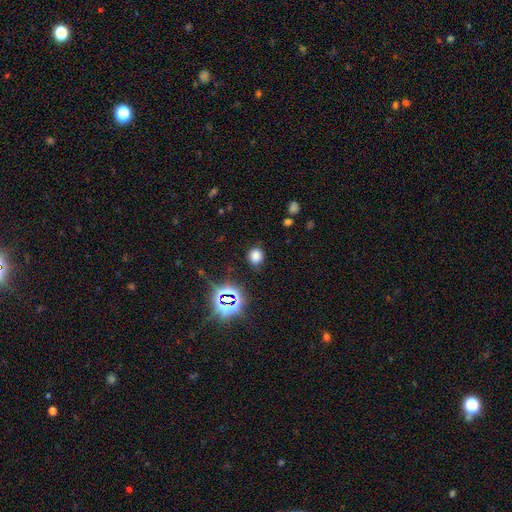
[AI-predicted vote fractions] smooth_or_featured: smooth (p=0.72) [alt: star or artifact p=0.22]
how_rounded: round (p=0.73) [alt: in between p=0.26]
merging: none (p=0.83) [alt: minor disturbance p=0.11]